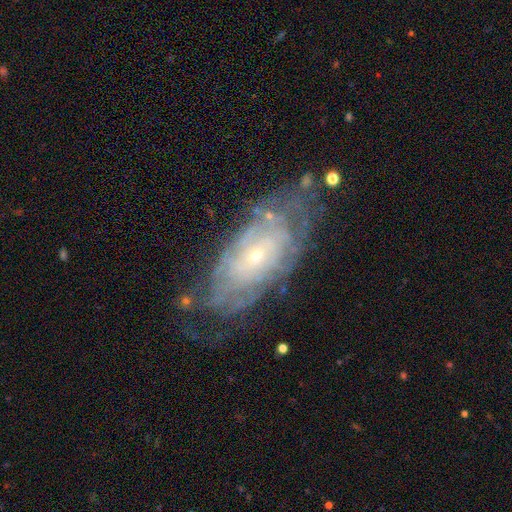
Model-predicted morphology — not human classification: Smooth or featured: featured or disk — 76% (smooth — 16%)
Edge-on disk: no — 91% (yes — 9%)
Bar: no — 75% (weak — 21%)
Spiral arms: yes — 81% (no — 19%)
Spiral winding: tight — 74% (medium — 20%)
Spiral arm count: can't tell — 65% (2 — 9%)
Bulge size: small — 76% (moderate — 20%)
Merging: none — 64% (minor disturbance — 23%)